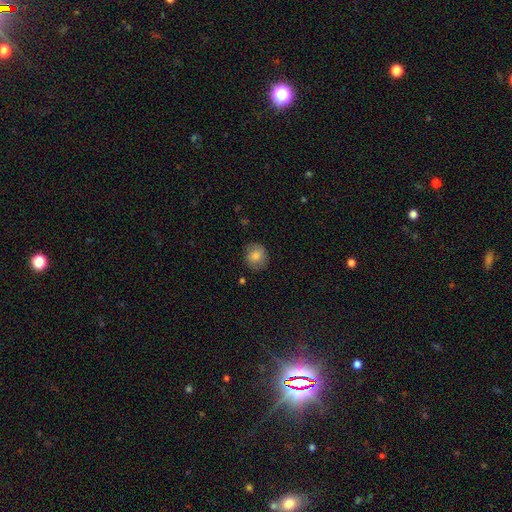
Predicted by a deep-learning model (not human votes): Smooth or featured?
  - smooth: 79% *
  - featured or disk: 12%
  - star or artifact: 9%
How rounded?
  - round: 80% *
  - in between: 19%
  - cigar-shaped: 1%
Merging?
  - none: 81% *
  - minor disturbance: 14%
  - major disturbance: 4%
  - merger: 1%